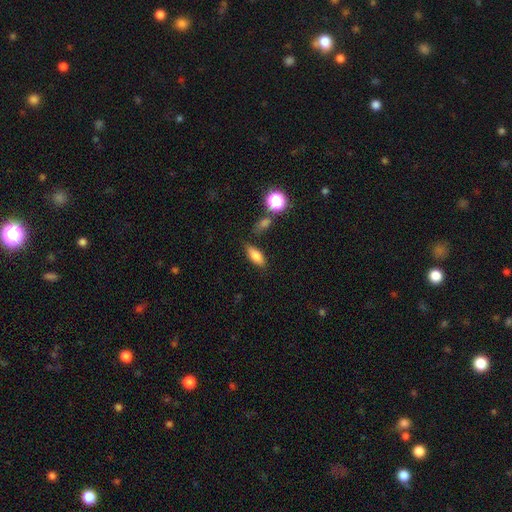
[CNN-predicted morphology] Smooth or featured: smooth — 76% (featured or disk — 13%)
How rounded: in between — 74% (cigar-shaped — 21%)
Merging: none — 72% (minor disturbance — 17%)